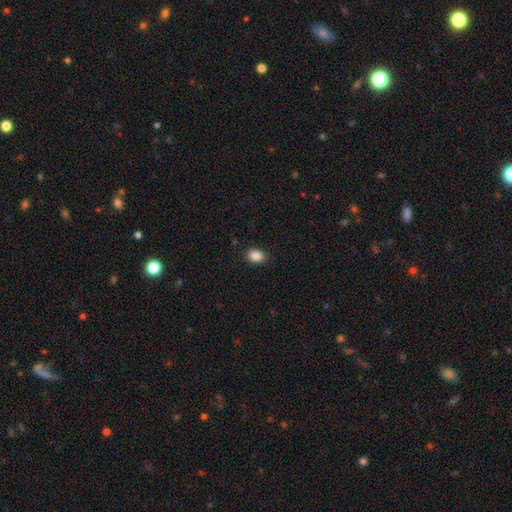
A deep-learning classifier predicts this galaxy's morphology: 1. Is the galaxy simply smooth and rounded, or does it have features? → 87% smooth, 9% star or artifact, 4% featured or disk.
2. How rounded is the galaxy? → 66% in between, 33% round, 1% cigar-shaped.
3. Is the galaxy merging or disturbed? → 89% none, 8% minor disturbance, 2% major disturbance, 1% merger.